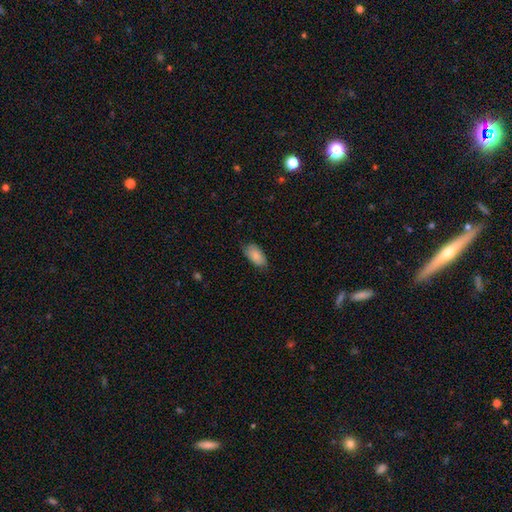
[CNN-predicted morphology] The model was most divided on "merging": none: 74%, minor disturbance: 21%, major disturbance: 4%, merger: 1%. More confident: how rounded — in between (93%); smooth or featured — smooth (86%).